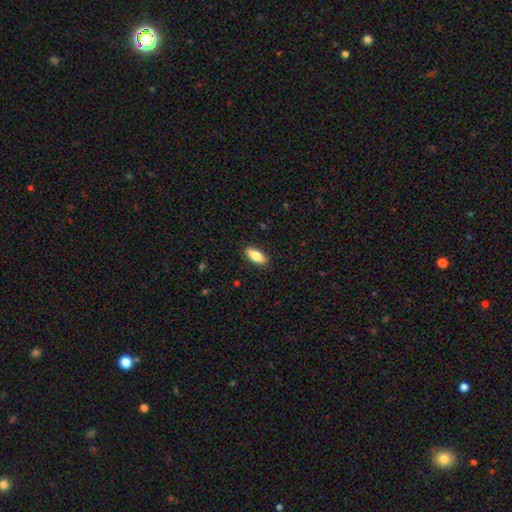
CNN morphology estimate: type=smooth (83%); roundness=in between (82%); merging=none (89%).